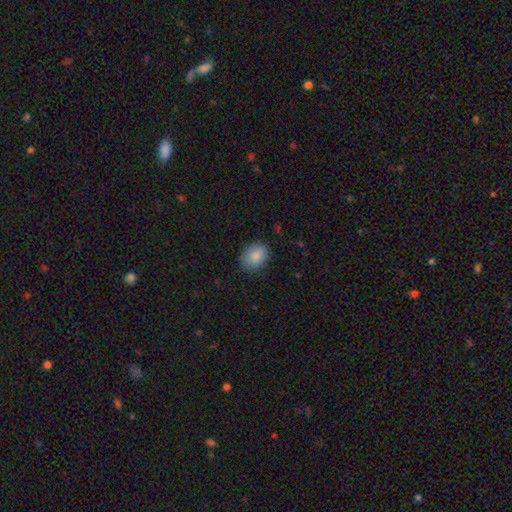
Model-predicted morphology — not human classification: type=smooth (87%); roundness=in between (61%); merging=none (81%).